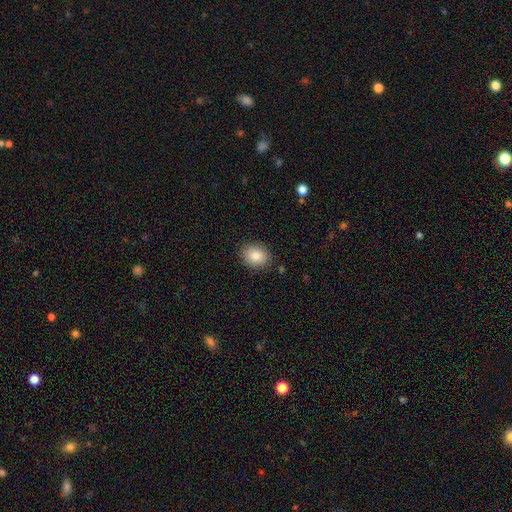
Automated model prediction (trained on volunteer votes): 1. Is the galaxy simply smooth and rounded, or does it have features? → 84% smooth, 8% star or artifact, 7% featured or disk.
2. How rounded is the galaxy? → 51% round, 48% in between, 1% cigar-shaped.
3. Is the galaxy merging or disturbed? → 87% none, 10% minor disturbance, 2% major disturbance, 1% merger.